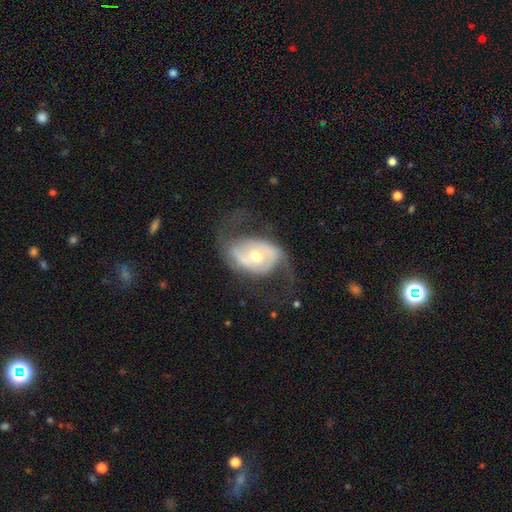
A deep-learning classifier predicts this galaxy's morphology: Smooth or featured? featured or disk (82%)
Edge-on disk? no (96%)
Bar? no (50%)
Spiral arms? yes (88%)
Spiral winding? loose (47%)
Spiral arm count? 2 (88%)
Bulge size? moderate (68%)
Merging? none (59%)